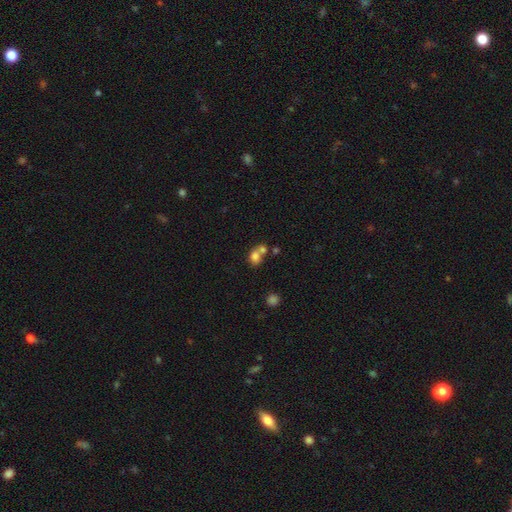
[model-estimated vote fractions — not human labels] smooth 76%, featured or disk 12%, star or artifact 12%. Down the decision tree: how rounded — round (57%); merging — merger (57%).